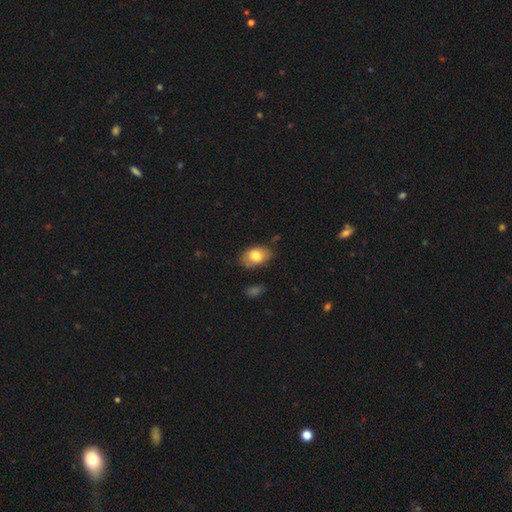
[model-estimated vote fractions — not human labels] Smooth or featured? Predicted: smooth (p=0.78). How rounded? Predicted: in between (p=0.85). Merging? Predicted: none (p=0.75).